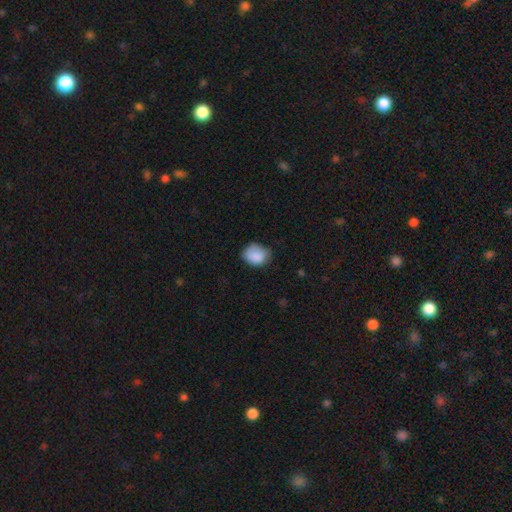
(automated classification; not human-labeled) Morphology: type=smooth (85%); roundness=round (50%); merging=none (57%).